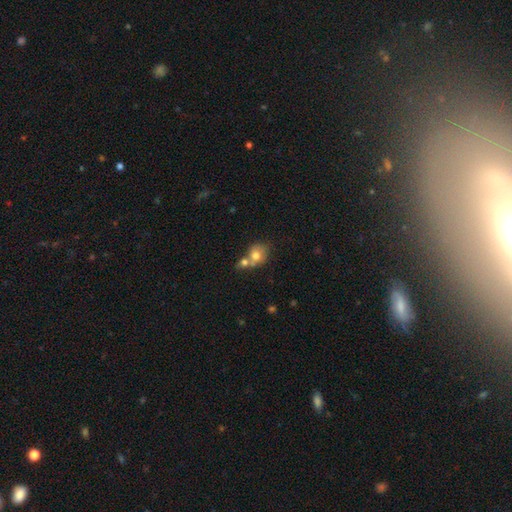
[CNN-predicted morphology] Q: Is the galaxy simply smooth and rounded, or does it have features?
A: smooth — 73%.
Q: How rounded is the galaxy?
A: round — 63%.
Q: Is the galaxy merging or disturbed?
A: merger — 56%.